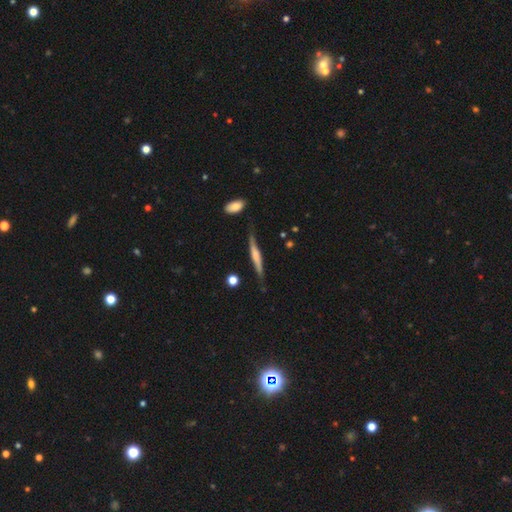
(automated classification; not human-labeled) smooth-or-featured: featured or disk: 56% | smooth: 38% | star or artifact: 6%
  disk-edge-on: yes: 93% | no: 7%
    edge-on-bulge: rounded: 38% | none: 32% | boxy: 30%
  merging: none: 69% | minor disturbance: 22% | major disturbance: 5% | merger: 3%